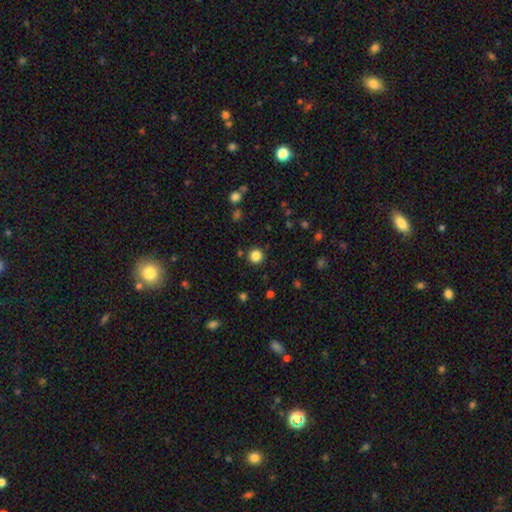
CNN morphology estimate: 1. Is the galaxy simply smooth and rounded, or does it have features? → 84% smooth, 12% star or artifact, 4% featured or disk.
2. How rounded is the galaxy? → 95% round, 4% in between, 1% cigar-shaped.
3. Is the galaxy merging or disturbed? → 91% none, 5% minor disturbance, 2% major disturbance, 2% merger.